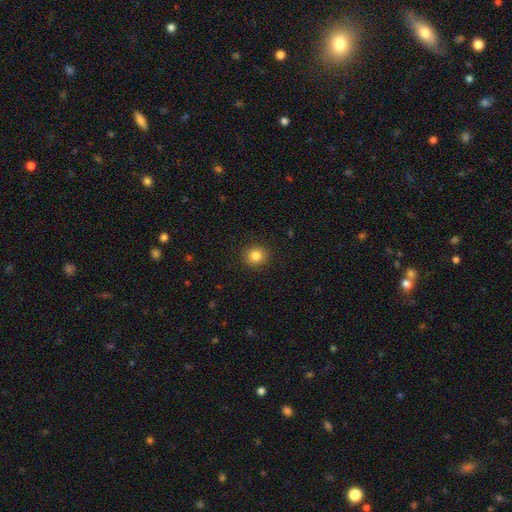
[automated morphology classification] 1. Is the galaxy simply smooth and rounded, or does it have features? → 83% smooth, 11% star or artifact, 6% featured or disk.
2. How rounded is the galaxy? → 87% round, 12% in between, 1% cigar-shaped.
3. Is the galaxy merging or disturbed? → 91% none, 6% minor disturbance, 2% major disturbance, 1% merger.